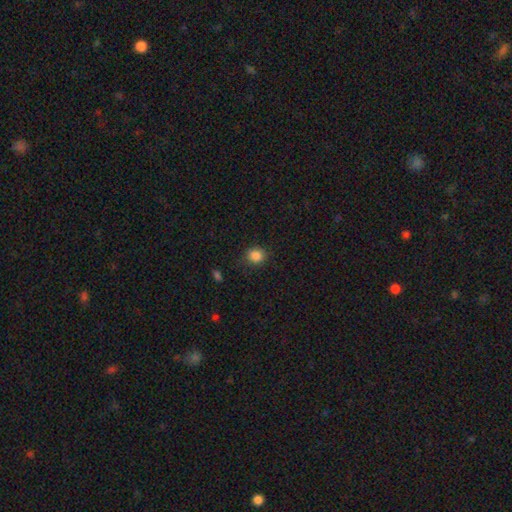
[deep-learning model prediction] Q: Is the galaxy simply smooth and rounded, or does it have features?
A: smooth — 85%.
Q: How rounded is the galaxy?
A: round — 79%.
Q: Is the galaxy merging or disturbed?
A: none — 83%.